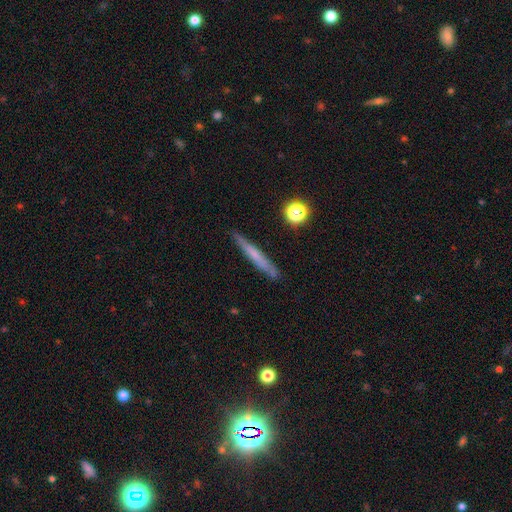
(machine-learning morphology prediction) smooth 50%, featured or disk 41%, star or artifact 8%. Down the decision tree: how rounded — cigar-shaped (95%); merging — none (85%).